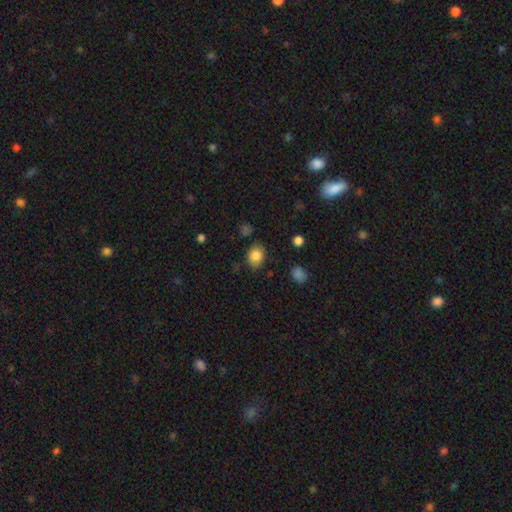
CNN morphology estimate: Overall: smooth (84%). How rounded: in between (56%; round 43%). Merging: none (79%).